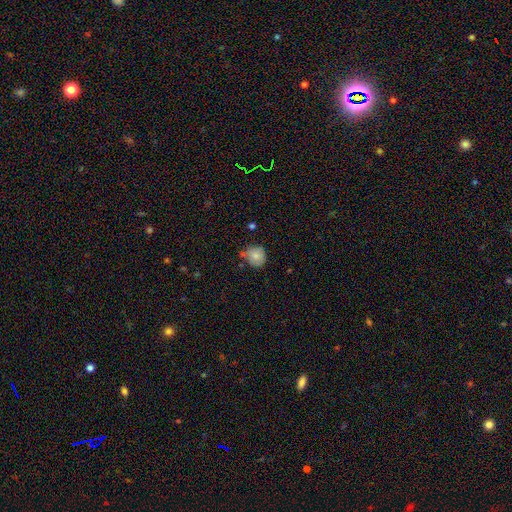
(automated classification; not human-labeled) Smooth or featured?
  - smooth: 82% *
  - star or artifact: 9%
  - featured or disk: 9%
How rounded?
  - round: 84% *
  - in between: 15%
  - cigar-shaped: 1%
Merging?
  - none: 62% *
  - minor disturbance: 27%
  - merger: 6%
  - major disturbance: 5%